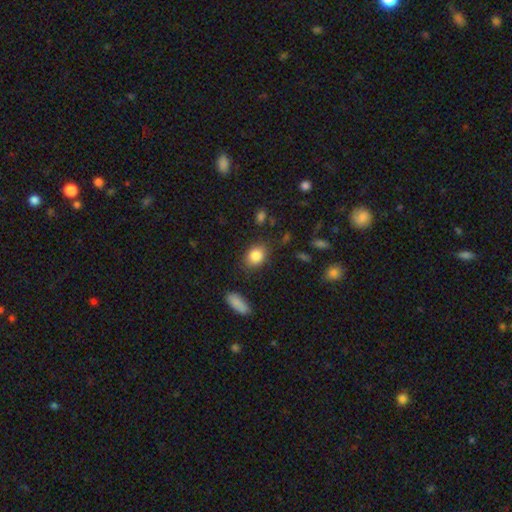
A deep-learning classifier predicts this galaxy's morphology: Smooth or featured? smooth (85%)
How rounded? in between (63%)
Merging? none (80%)